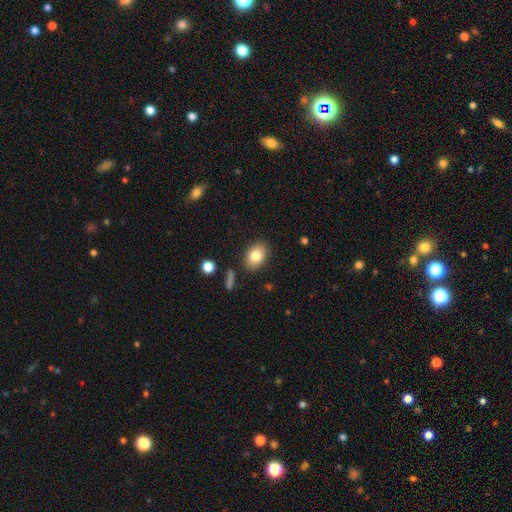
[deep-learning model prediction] Smooth or featured?
  - smooth: 80% *
  - featured or disk: 12%
  - star or artifact: 8%
How rounded?
  - in between: 81% *
  - round: 18%
  - cigar-shaped: 1%
Merging?
  - none: 84% *
  - minor disturbance: 10%
  - major disturbance: 3%
  - merger: 2%